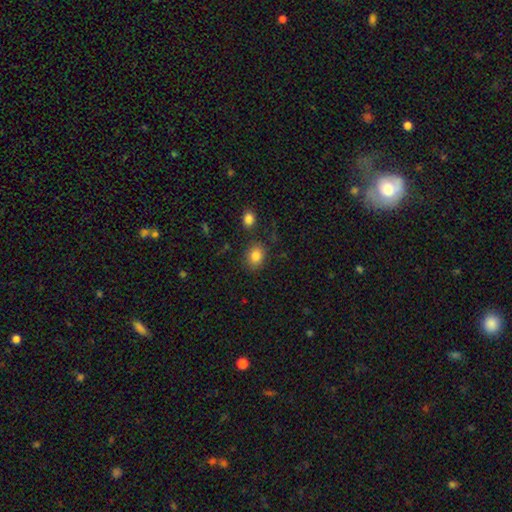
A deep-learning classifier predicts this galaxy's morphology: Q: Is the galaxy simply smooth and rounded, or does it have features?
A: smooth — 84%.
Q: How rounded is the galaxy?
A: in between — 53%.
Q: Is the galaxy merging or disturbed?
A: none — 81%.